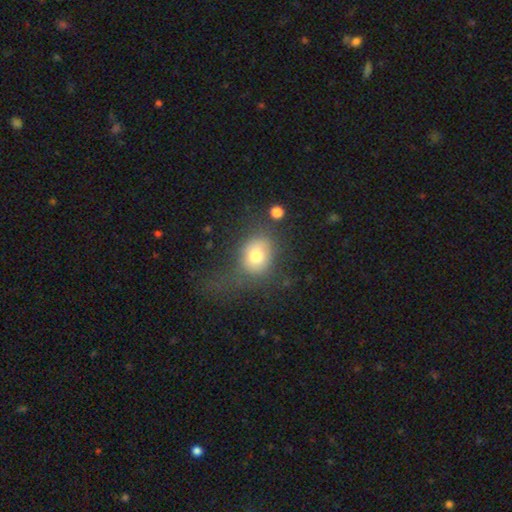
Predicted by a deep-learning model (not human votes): Smooth or featured? smooth (74%)
How rounded? round (57%)
Merging? none (46%)